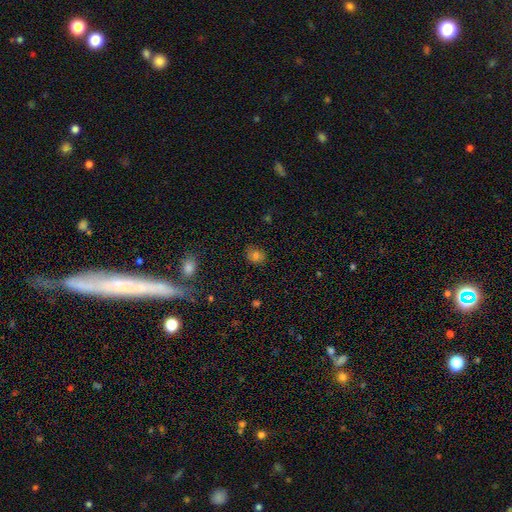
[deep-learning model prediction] Smooth or featured: smooth — 76% (star or artifact — 16%)
How rounded: round — 59% (in between — 40%)
Merging: none — 80% (minor disturbance — 15%)